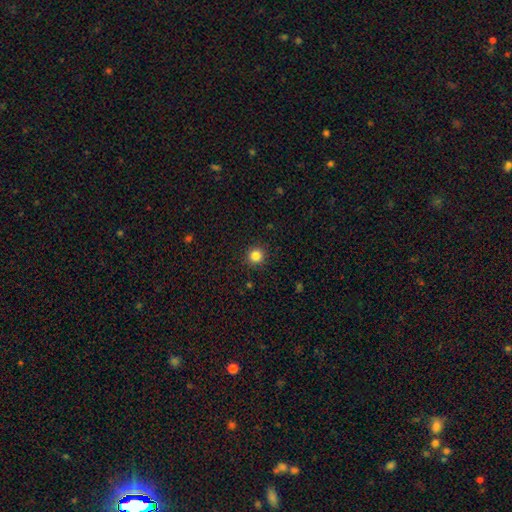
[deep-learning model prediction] Smooth or featured? smooth (84%)
How rounded? round (95%)
Merging? none (93%)